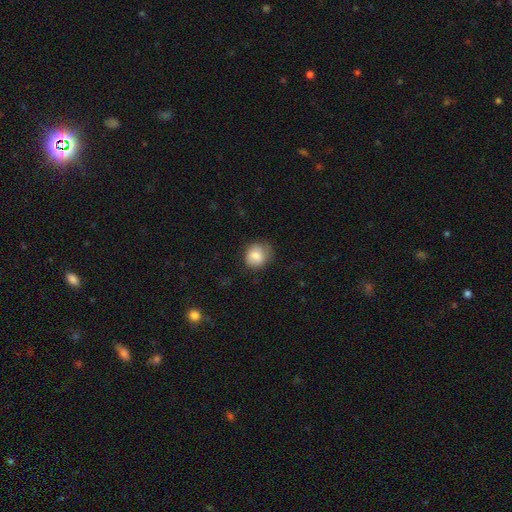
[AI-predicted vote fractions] A smooth galaxy with no disk features (81%) that is round (72%). Merging: none (66%).